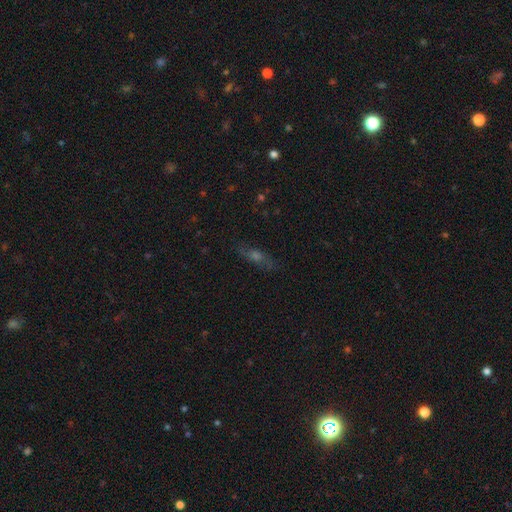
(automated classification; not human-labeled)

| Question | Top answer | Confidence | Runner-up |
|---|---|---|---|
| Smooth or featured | featured or disk | 44% | smooth (34%) |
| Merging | none | 81% | minor disturbance (13%) |